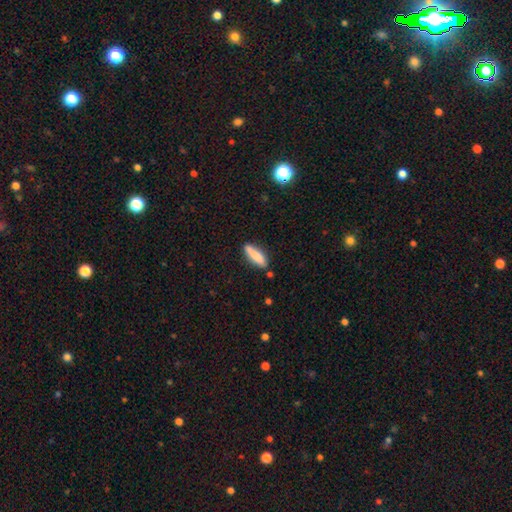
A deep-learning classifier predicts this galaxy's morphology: A smooth galaxy with no disk features (80%) that is cigar-shaped (63%). Merging: none (78%).